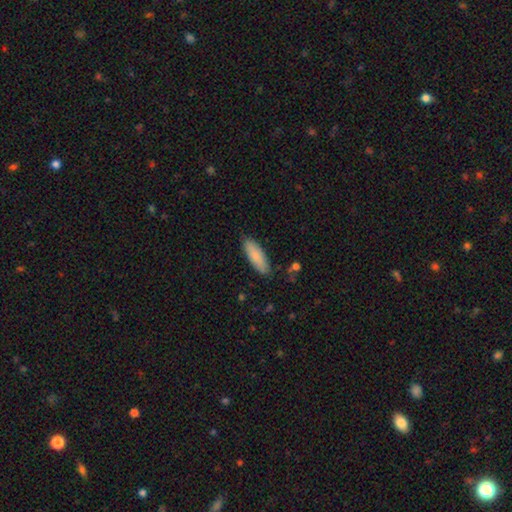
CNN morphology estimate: The model was most divided on "how rounded": in between: 58%, cigar-shaped: 40%, round: 2%. More confident: merging — none (85%); smooth or featured — smooth (83%).